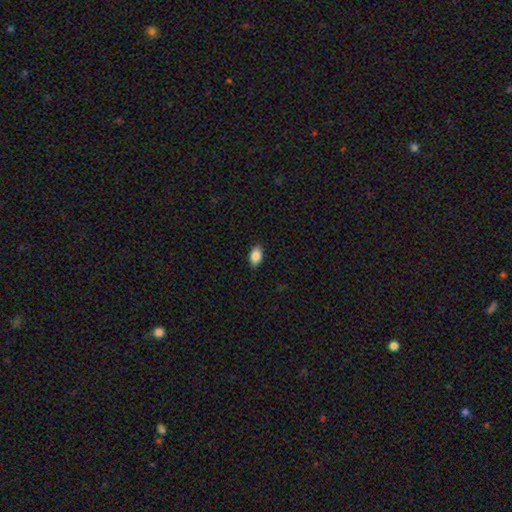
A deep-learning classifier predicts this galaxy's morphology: A smooth galaxy with no disk features (88%) that is in between round and cigar-shaped (91%).

Vote fractions:
- Smooth or featured? smooth: 88% / star or artifact: 8% / featured or disk: 5%
- How rounded? in between: 91% / round: 7% / cigar-shaped: 2%
- Merging? none: 88% / minor disturbance: 9% / major disturbance: 2% / merger: 1%